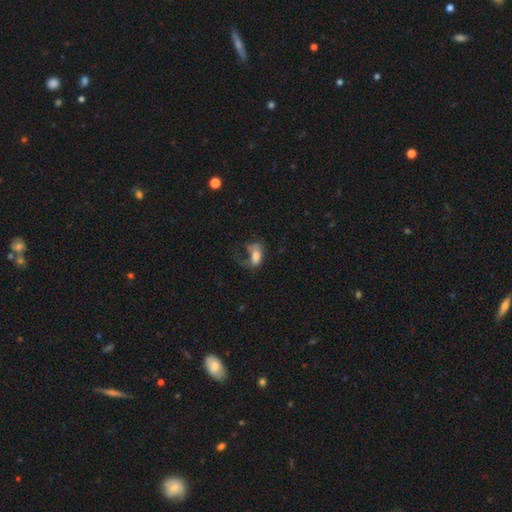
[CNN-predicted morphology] smooth-or-featured: smooth: 62% | featured or disk: 27% | star or artifact: 10%
  how-rounded: in between: 88% | round: 8% | cigar-shaped: 4%
  merging: major disturbance: 55% | none: 21% | minor disturbance: 18% | merger: 6%